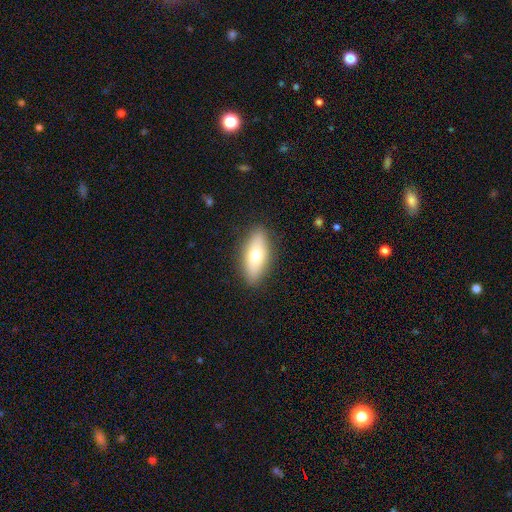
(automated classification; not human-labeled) Smooth or featured?
  - smooth: 67% *
  - featured or disk: 26%
  - star or artifact: 7%
How rounded?
  - in between: 76% *
  - cigar-shaped: 21%
  - round: 4%
Merging?
  - none: 87% *
  - minor disturbance: 9%
  - major disturbance: 2%
  - merger: 1%